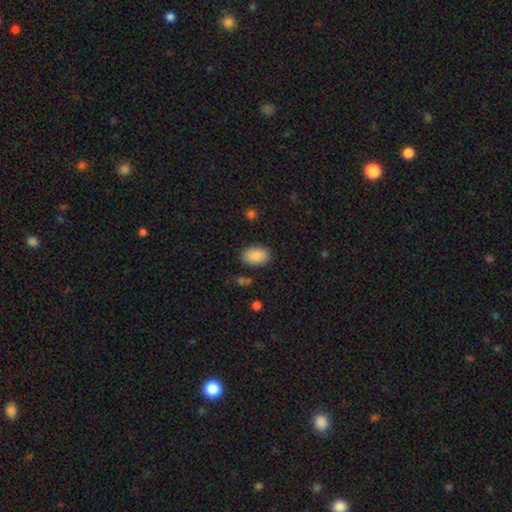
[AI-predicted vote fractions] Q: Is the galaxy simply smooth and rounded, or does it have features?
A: smooth — 89%.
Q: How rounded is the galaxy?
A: in between — 89%.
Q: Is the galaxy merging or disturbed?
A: none — 83%.